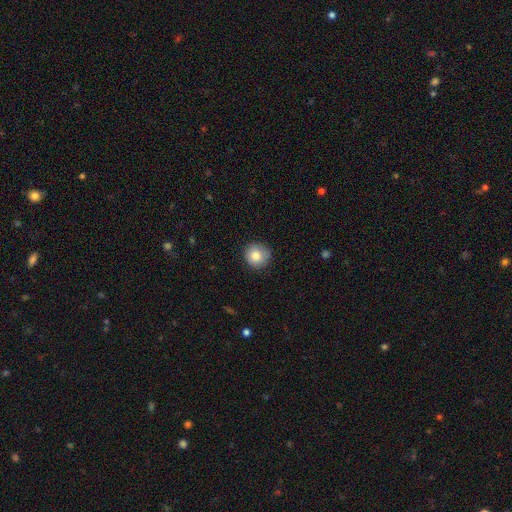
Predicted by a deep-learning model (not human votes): Smooth or featured: smooth — 83% (star or artifact — 9%)
How rounded: round — 92% (in between — 7%)
Merging: none — 85% (minor disturbance — 12%)